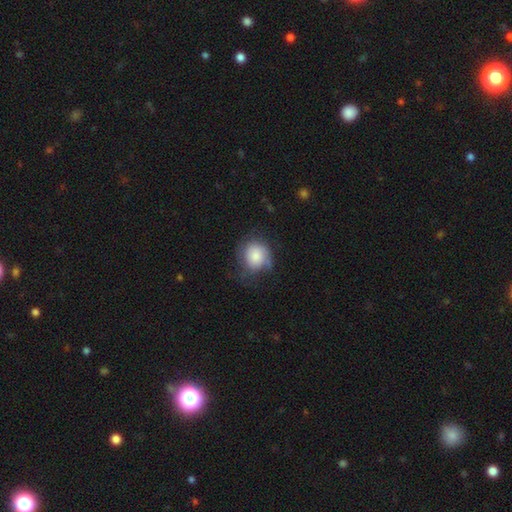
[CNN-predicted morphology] type=smooth (70%); roundness=round (74%); merging=none (53%).